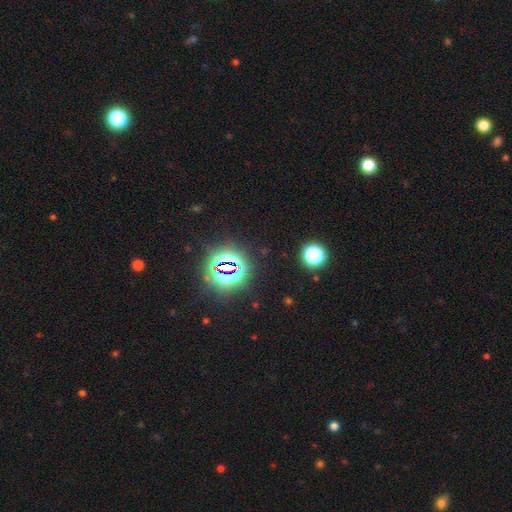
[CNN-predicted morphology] star or artifact 83%, smooth 11%, featured or disk 6%.